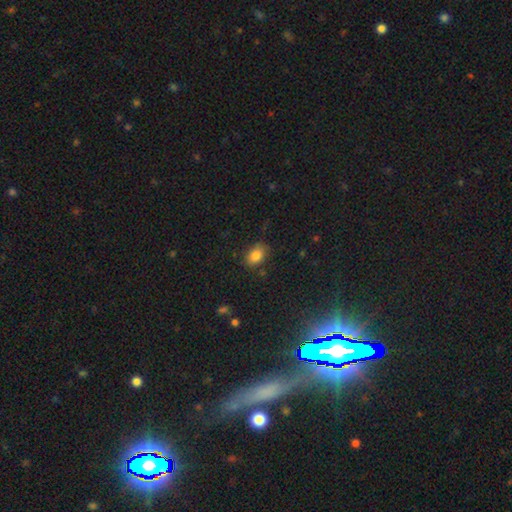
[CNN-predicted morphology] The model was most divided on "merging": none: 77%, minor disturbance: 18%, major disturbance: 4%, merger: 2%. More confident: smooth or featured — smooth (84%); how rounded — in between (84%).